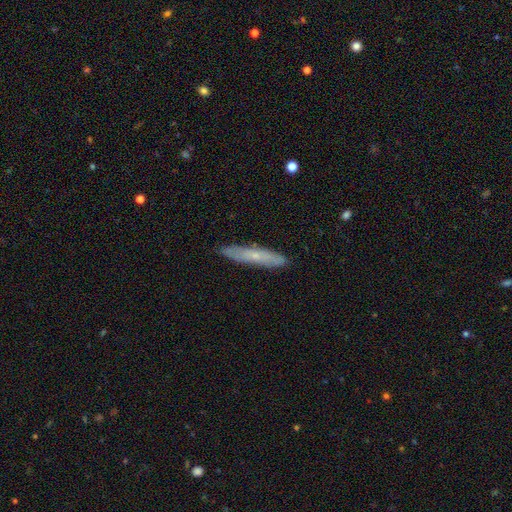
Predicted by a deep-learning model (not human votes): Smooth or featured? smooth (49%)
Merging? none (87%)